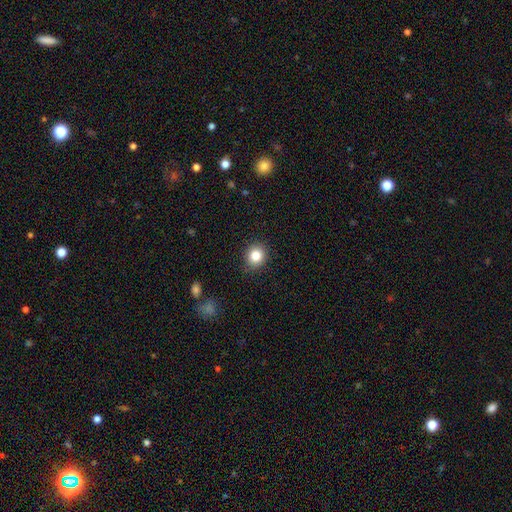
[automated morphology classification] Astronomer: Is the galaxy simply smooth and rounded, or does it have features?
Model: smooth — 83%.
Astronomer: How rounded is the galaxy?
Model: round — 80%.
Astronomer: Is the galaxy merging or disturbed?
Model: none — 88%.